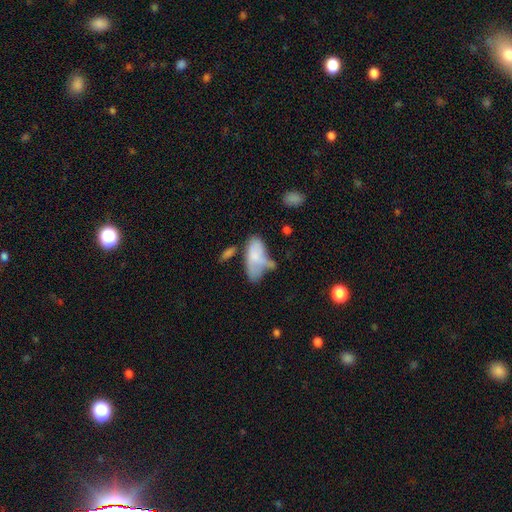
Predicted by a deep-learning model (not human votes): Morphology: type=smooth (71%); roundness=in between (90%); merging=minor disturbance (27%).